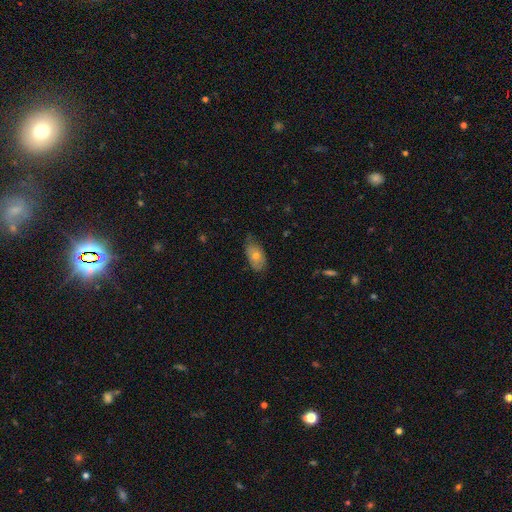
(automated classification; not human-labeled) smooth-or-featured: smooth: 59% | featured or disk: 33% | star or artifact: 8%
  how-rounded: in between: 89% | round: 7% | cigar-shaped: 4%
  merging: none: 60% | minor disturbance: 31% | major disturbance: 7% | merger: 1%